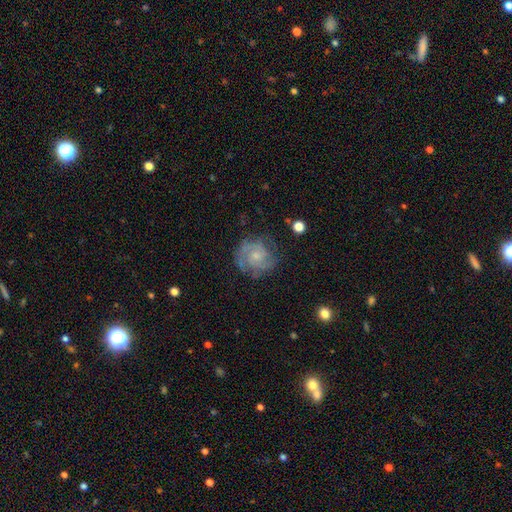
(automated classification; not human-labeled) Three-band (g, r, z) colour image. It shows a featured or disk galaxy (78%) with no bar (70%), 2 (47%) tight (54%) spiral arms (93%) and a small central bulge (61%). Merging: none (73%).